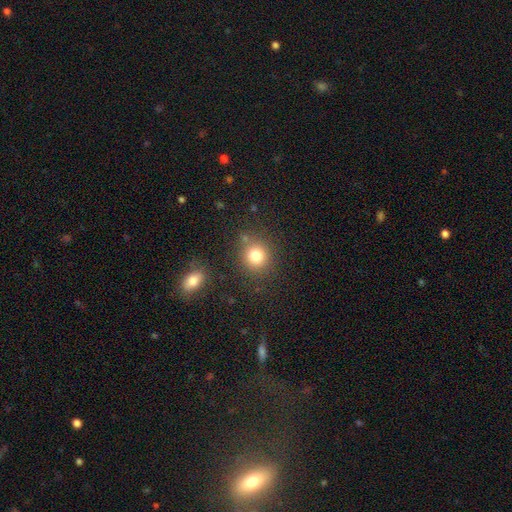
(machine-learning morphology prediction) This is clearly a smooth galaxy (81%). How rounded: clearly round (85%). Merging: clearly none (80%).